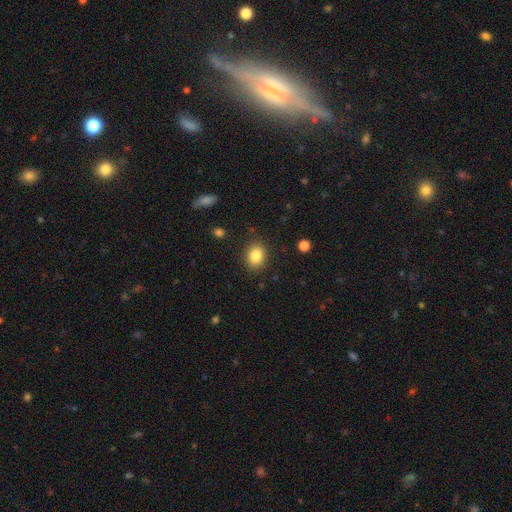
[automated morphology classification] Smooth or featured? Predicted: smooth (p=0.85). How rounded? Predicted: in between (p=0.55). Merging? Predicted: none (p=0.86).